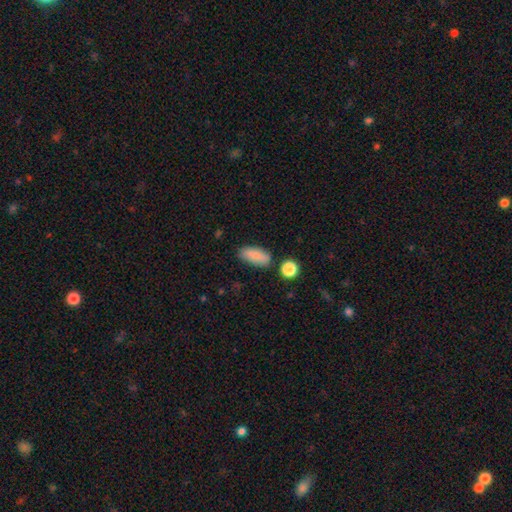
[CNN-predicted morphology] smooth 84%, featured or disk 8%, star or artifact 8%. Down the decision tree: how rounded — in between (84%); merging — none (78%).